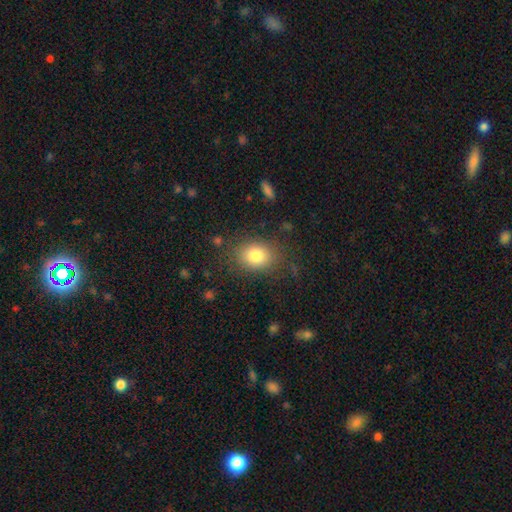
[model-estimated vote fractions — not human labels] Smooth or featured? smooth (80%)
How rounded? in between (57%)
Merging? none (80%)